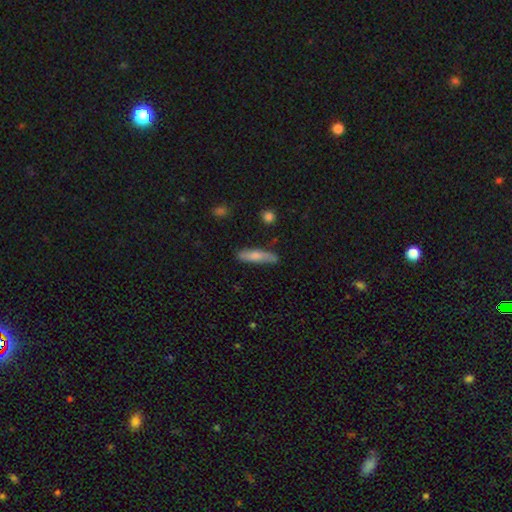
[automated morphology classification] A smooth galaxy with no disk features (73%) that is cigar-shaped (78%). Merging: none (76%).